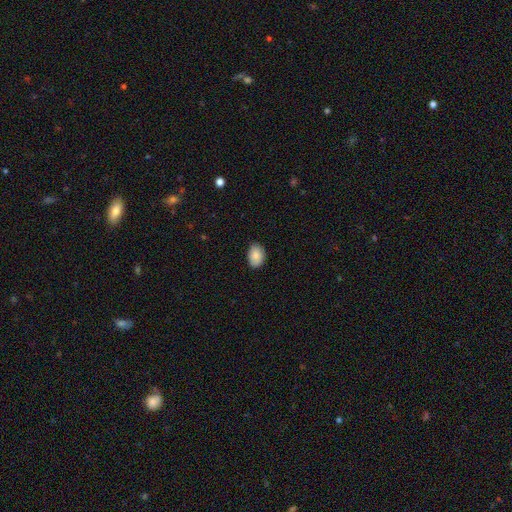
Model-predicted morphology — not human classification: Overall: smooth (87%). How rounded: in between (81%). Merging: none (83%).